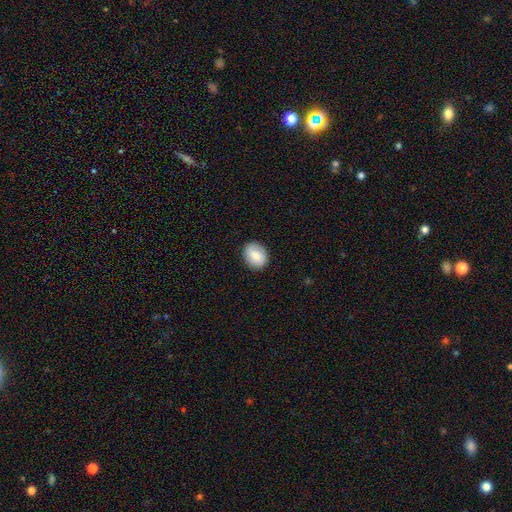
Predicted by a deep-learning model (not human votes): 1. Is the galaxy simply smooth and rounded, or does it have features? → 78% smooth, 14% featured or disk, 7% star or artifact.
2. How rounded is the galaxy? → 53% in between, 46% round, 1% cigar-shaped.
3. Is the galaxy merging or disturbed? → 88% none, 9% minor disturbance, 2% major disturbance, 1% merger.